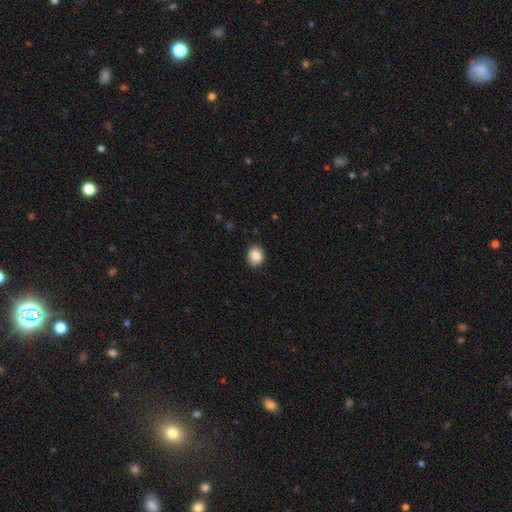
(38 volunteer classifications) Smooth or featured? 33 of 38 (87%) said smooth. How rounded? 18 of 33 (55%) said round. Merging? 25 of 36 (69%) said none.